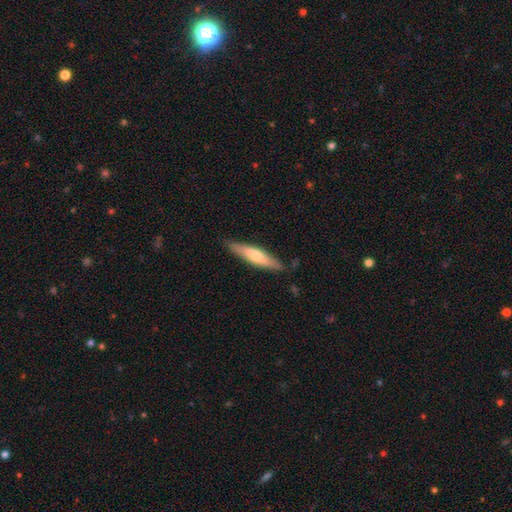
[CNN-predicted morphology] Smooth or featured: smooth — 57% (featured or disk — 38%)
How rounded: cigar-shaped — 83% (in between — 15%)
Merging: none — 84% (minor disturbance — 12%)